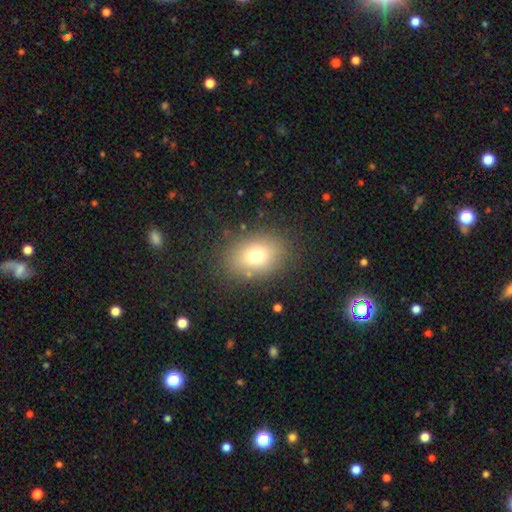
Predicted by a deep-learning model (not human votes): Smooth or featured?
  - smooth: 74% *
  - featured or disk: 13%
  - star or artifact: 13%
How rounded?
  - in between: 70% *
  - round: 29%
  - cigar-shaped: 1%
Merging?
  - none: 84% *
  - minor disturbance: 10%
  - major disturbance: 4%
  - merger: 2%